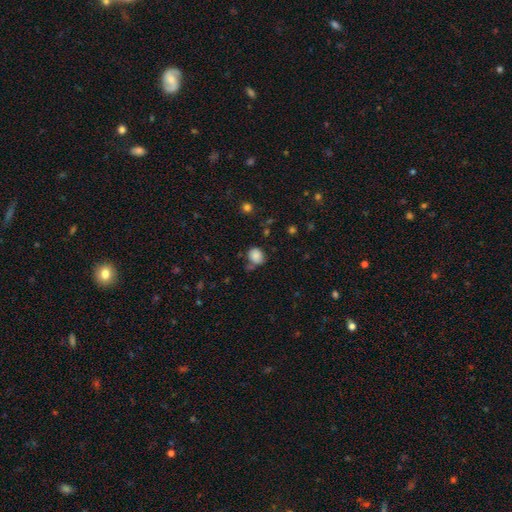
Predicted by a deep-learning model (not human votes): Smooth or featured? smooth (84%)
How rounded? round (62%)
Merging? none (65%)